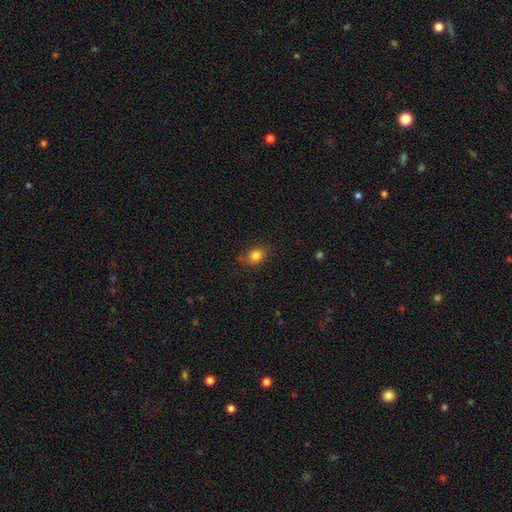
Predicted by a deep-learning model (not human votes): Q: Smooth or featured?
A: smooth (83%); runner-up: star or artifact (11%)
Q: How rounded?
A: round (53%); runner-up: in between (46%)
Q: Merging?
A: none (74%); runner-up: minor disturbance (20%)